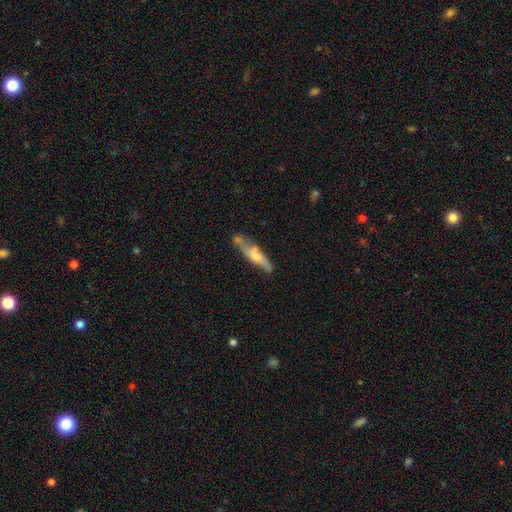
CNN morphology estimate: type=featured or disk (50%); merging=none (53%).